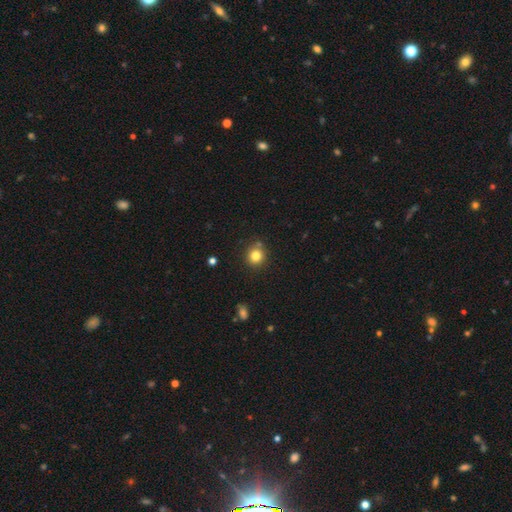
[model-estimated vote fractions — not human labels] The model was most divided on "smooth or featured": smooth: 81%, star or artifact: 12%, featured or disk: 6%. More confident: how rounded — round (89%); merging — none (81%).